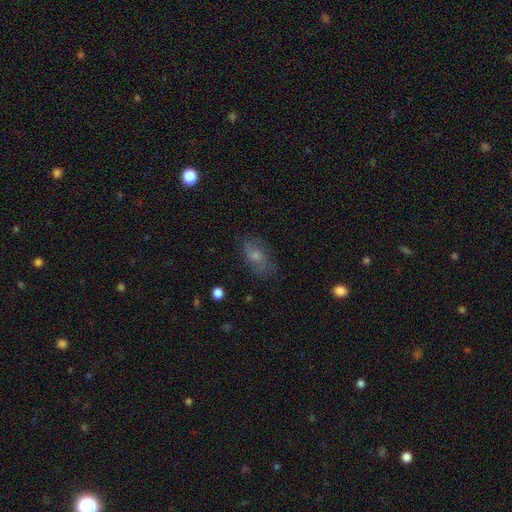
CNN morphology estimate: This appears to be a smooth galaxy with no disk features (52%) that is in between round and cigar-shaped (84%). Merging: none (69%).